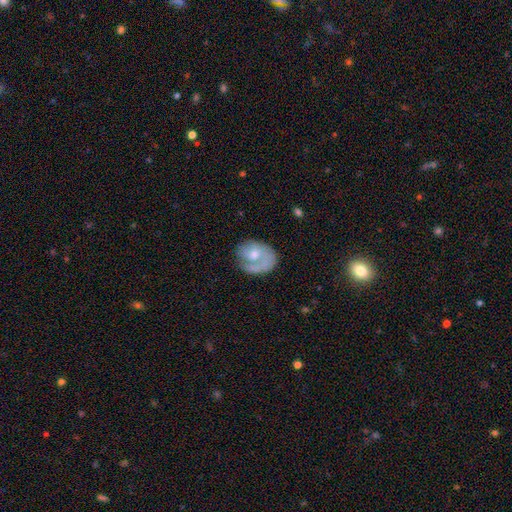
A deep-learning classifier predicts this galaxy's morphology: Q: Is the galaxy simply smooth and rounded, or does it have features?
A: featured or disk — 56%.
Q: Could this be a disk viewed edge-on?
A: no — 97%.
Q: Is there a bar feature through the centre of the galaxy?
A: no — 78%.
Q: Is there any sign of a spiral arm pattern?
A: yes — 66%.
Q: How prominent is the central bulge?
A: moderate — 57%.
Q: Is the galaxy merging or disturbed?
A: none — 46%.